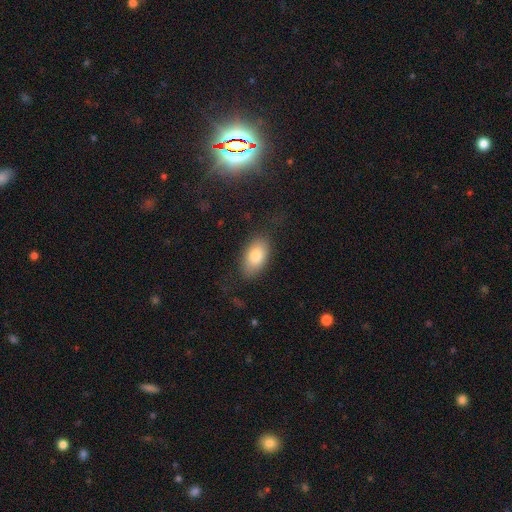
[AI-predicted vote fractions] The model was most divided on "merging": none: 80%, minor disturbance: 14%, major disturbance: 5%, merger: 1%. More confident: how rounded — in between (93%); smooth or featured — smooth (81%).